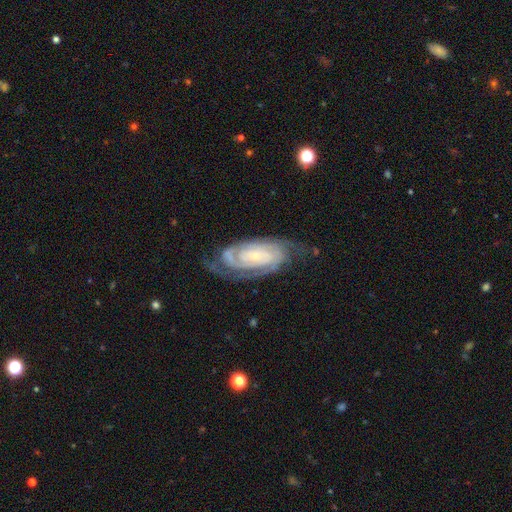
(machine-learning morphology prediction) Smooth or featured? featured or disk (89%)
Edge-on disk? no (95%)
Bar? no (63%)
Spiral arms? yes (98%)
Spiral winding? tight (74%)
Spiral arm count? 2 (55%)
Bulge size? small (78%)
Merging? none (71%)